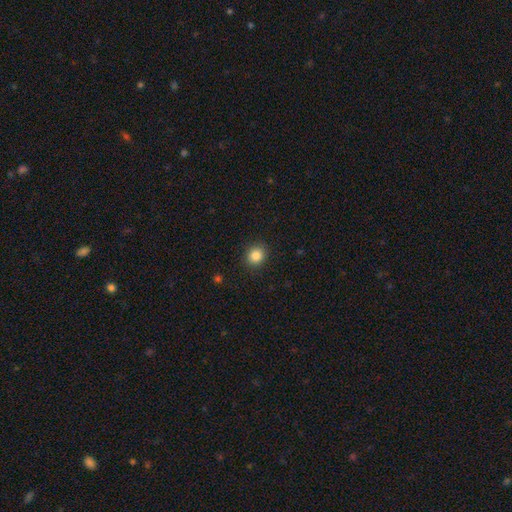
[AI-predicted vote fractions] Overall: smooth (85%). How rounded: round (76%). Merging: none (90%).